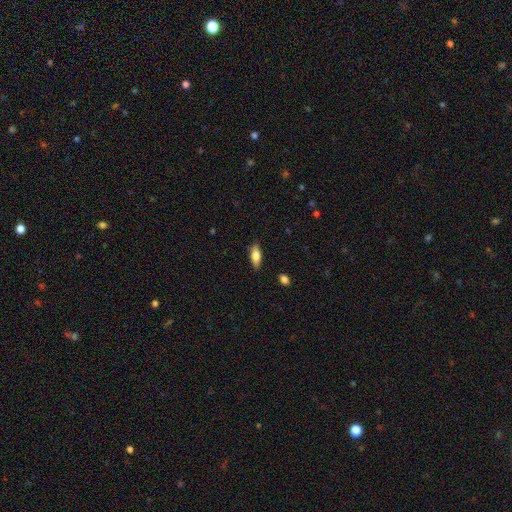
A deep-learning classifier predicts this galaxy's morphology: Smooth or featured: smooth — 71% (featured or disk — 23%)
How rounded: in between — 67% (cigar-shaped — 30%)
Merging: none — 87% (minor disturbance — 10%)